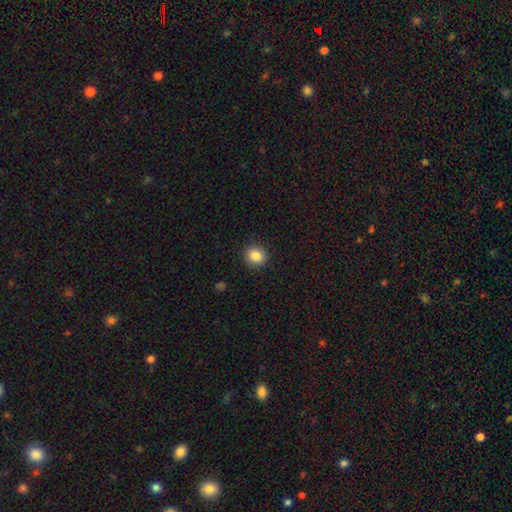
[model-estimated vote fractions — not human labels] The model was most divided on "how rounded": round: 86%, in between: 13%, cigar-shaped: 1%. More confident: merging — none (90%); smooth or featured — smooth (86%).